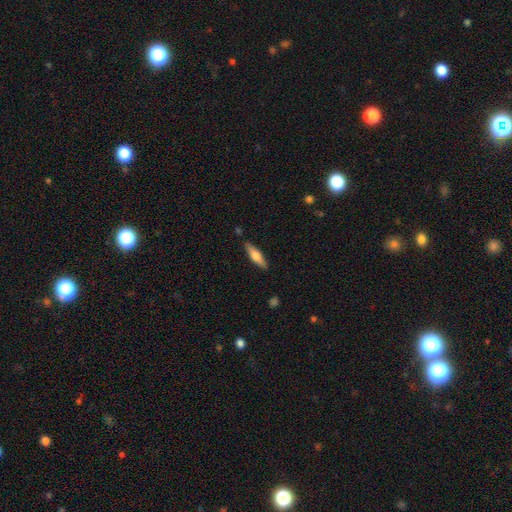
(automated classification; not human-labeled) Morphology: type=smooth (59%); roundness=cigar-shaped (67%); merging=none (86%).